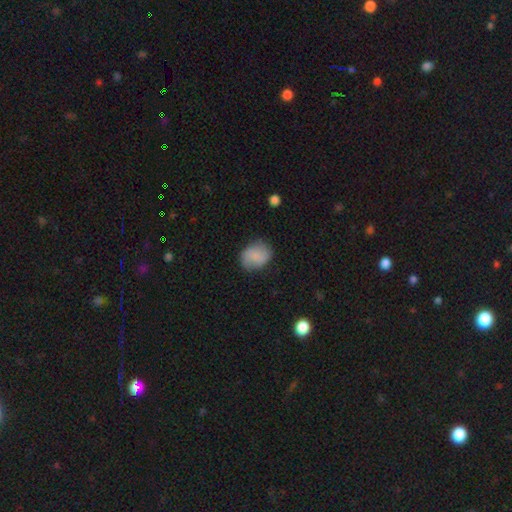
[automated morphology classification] Smooth or featured? smooth (75%)
How rounded? round (50%)
Merging? none (76%)